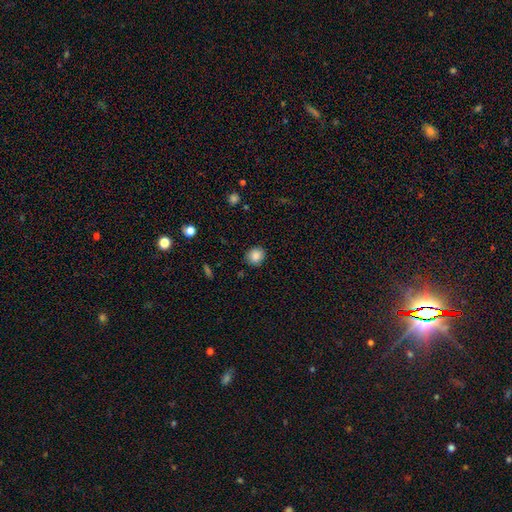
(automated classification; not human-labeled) A smooth galaxy with no disk features (86%) that is round (77%).

Vote fractions:
- Smooth or featured? smooth: 86% / star or artifact: 9% / featured or disk: 4%
- How rounded? round: 77% / in between: 22% / cigar-shaped: 1%
- Merging? none: 87% / minor disturbance: 9% / major disturbance: 2% / merger: 1%